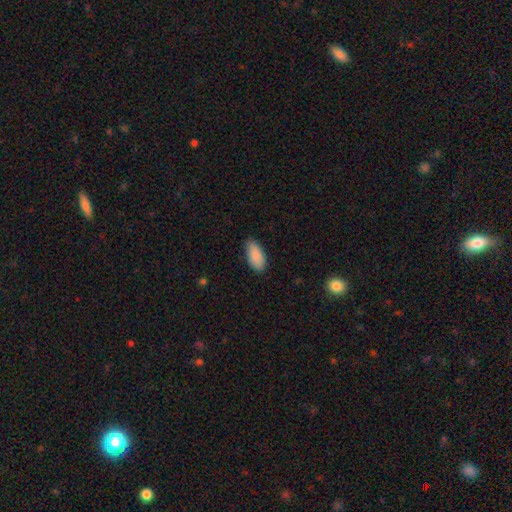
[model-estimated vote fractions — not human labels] smooth 89%, star or artifact 6%, featured or disk 4%. Down the decision tree: how rounded — in between (90%); merging — none (81%).